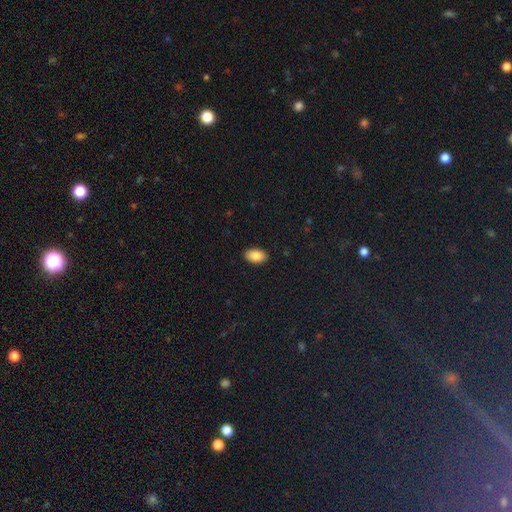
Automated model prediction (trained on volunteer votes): This is clearly a smooth galaxy (87%). How rounded: clearly in between (93%). Merging: clearly none (90%).